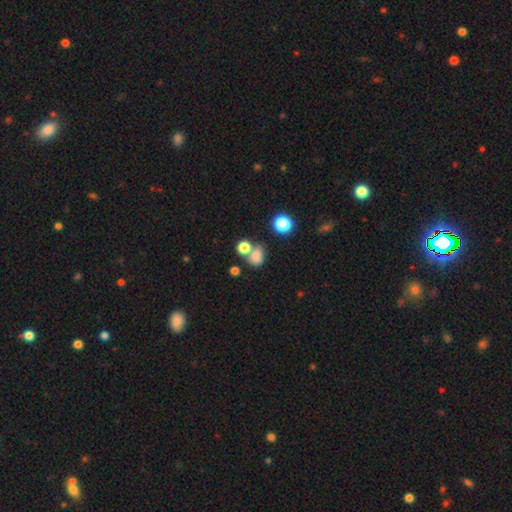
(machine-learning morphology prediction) A smooth galaxy with no disk features (74%) that is in between round and cigar-shaped (53%). Merging: none (41%).